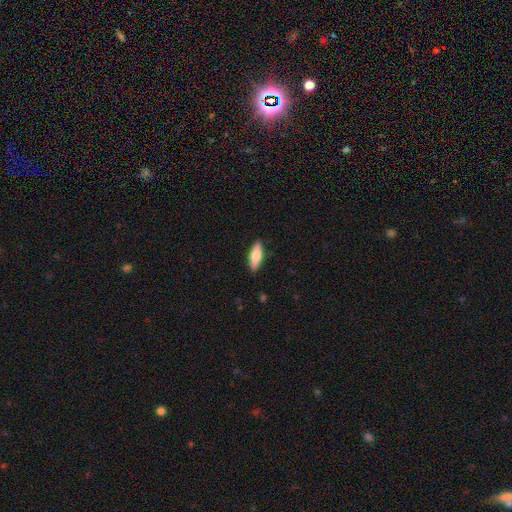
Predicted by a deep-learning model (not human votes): The model was most divided on "how rounded": in between: 56%, cigar-shaped: 42%, round: 2%. More confident: merging — none (88%); smooth or featured — smooth (74%).